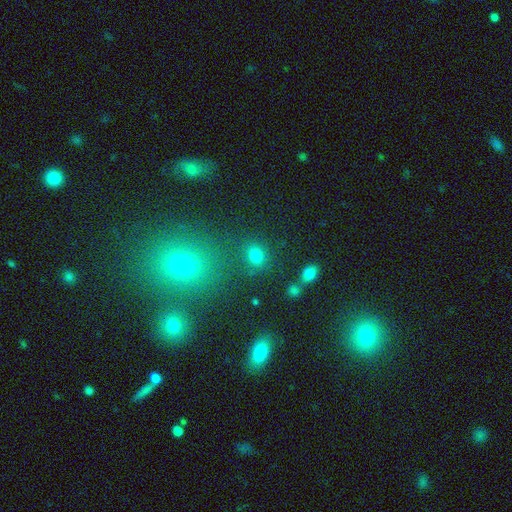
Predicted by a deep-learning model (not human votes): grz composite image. It shows a smooth galaxy with no disk features (77%) that is round (68%). Merging: none (78%).